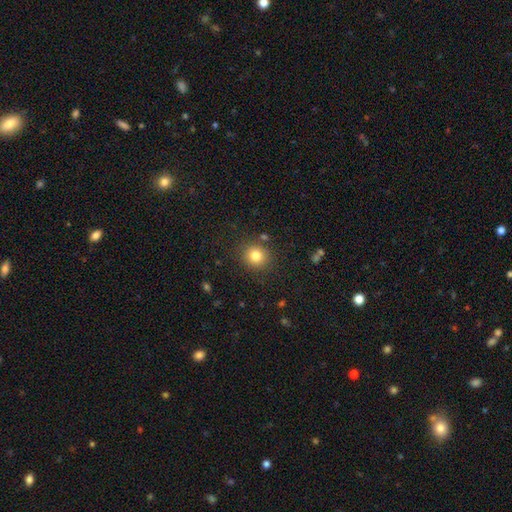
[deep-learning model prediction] smooth_or_featured: smooth (p=0.81) [alt: star or artifact p=0.12]
how_rounded: round (p=0.88) [alt: in between p=0.11]
merging: none (p=0.86) [alt: minor disturbance p=0.08]